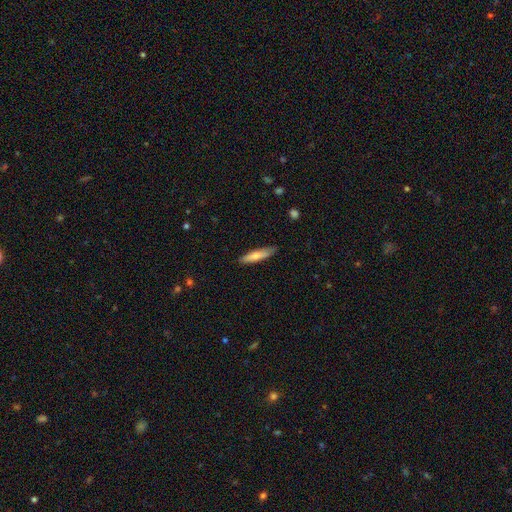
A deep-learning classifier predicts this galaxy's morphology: The model was most divided on "smooth or featured": smooth: 71%, featured or disk: 24%, star or artifact: 6%. More confident: merging — none (86%); how rounded — cigar-shaped (82%).